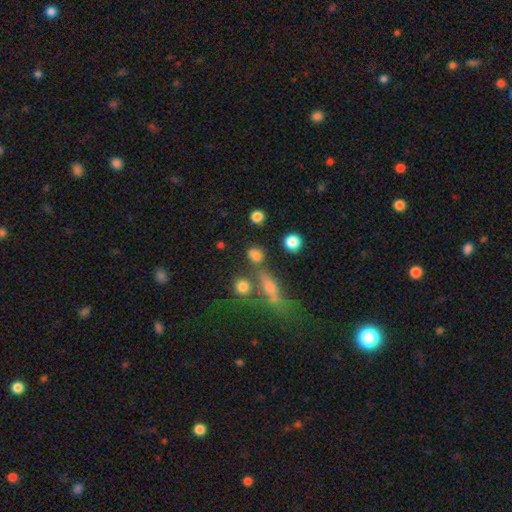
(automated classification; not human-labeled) A smooth galaxy with no disk features (76%) that is round (55%). Merging: none (62%).